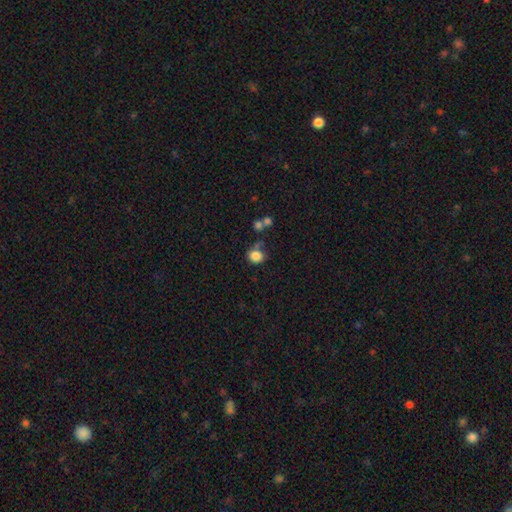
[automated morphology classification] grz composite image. It shows a smooth galaxy with no disk features (84%) that is round (63%). Merging: none (58%).